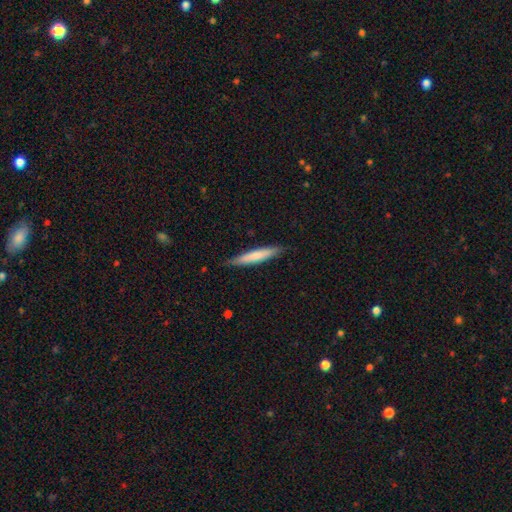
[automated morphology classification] A smooth galaxy with no disk features (70%) that is cigar-shaped (93%).

Vote fractions:
- Smooth or featured? smooth: 70% / featured or disk: 25% / star or artifact: 5%
- How rounded? cigar-shaped: 93% / in between: 6% / round: 1%
- Merging? none: 87% / minor disturbance: 11% / major disturbance: 2% / merger: 1%